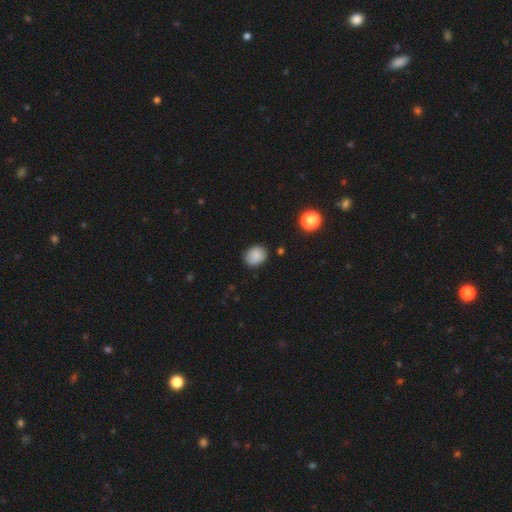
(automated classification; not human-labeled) This appears to be a smooth galaxy with no disk features (86%) that is round (58%). Merging: none (83%).